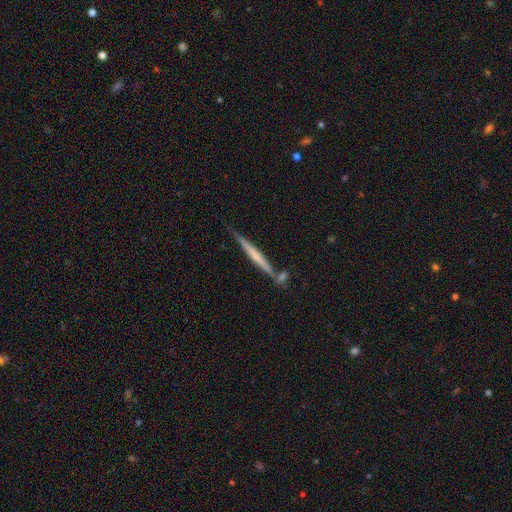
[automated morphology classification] smooth_or_featured: featured or disk (p=0.55) [alt: smooth p=0.39]
disk_edge_on: yes (p=0.97) [alt: no p=0.03]
edge_on_bulge: none (p=0.62) [alt: rounded p=0.25]
merging: none (p=0.72) [alt: minor disturbance p=0.13]